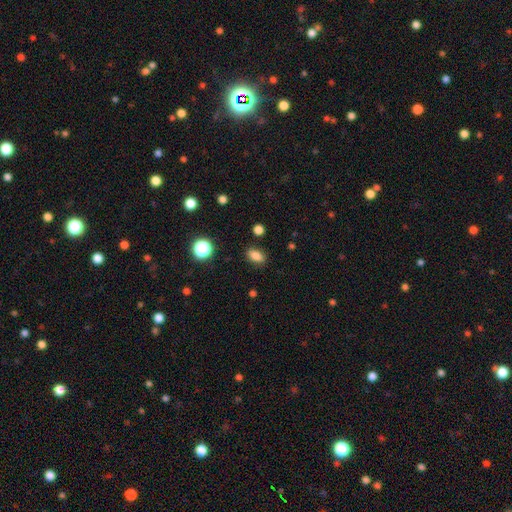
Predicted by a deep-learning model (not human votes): The model was most divided on "how rounded": in between: 83%, round: 14%, cigar-shaped: 4%. More confident: merging — none (86%); smooth or featured — smooth (82%).